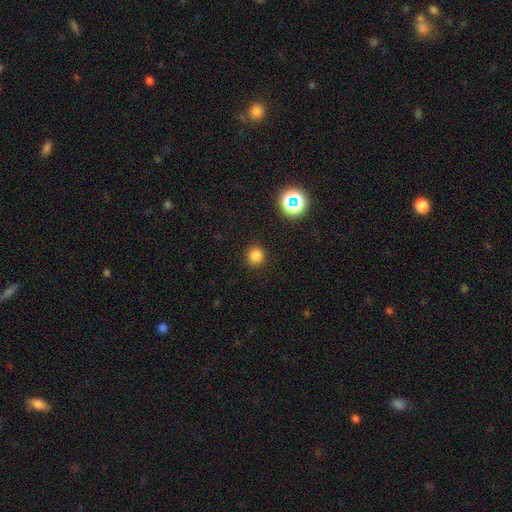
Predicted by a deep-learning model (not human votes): Smooth or featured?
  - smooth: 80% *
  - star or artifact: 16%
  - featured or disk: 4%
How rounded?
  - round: 94% *
  - in between: 5%
  - cigar-shaped: 1%
Merging?
  - none: 91% *
  - minor disturbance: 5%
  - major disturbance: 2%
  - merger: 1%